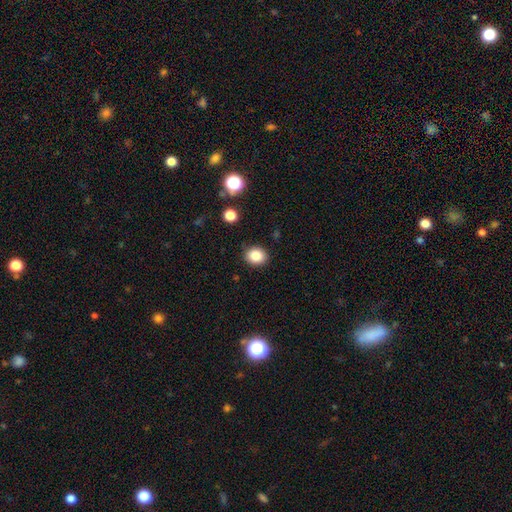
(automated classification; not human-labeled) smooth-or-featured: smooth: 85% | star or artifact: 10% | featured or disk: 5%
  how-rounded: round: 64% | in between: 36% | cigar-shaped: 1%
  merging: none: 88% | minor disturbance: 8% | major disturbance: 2% | merger: 2%